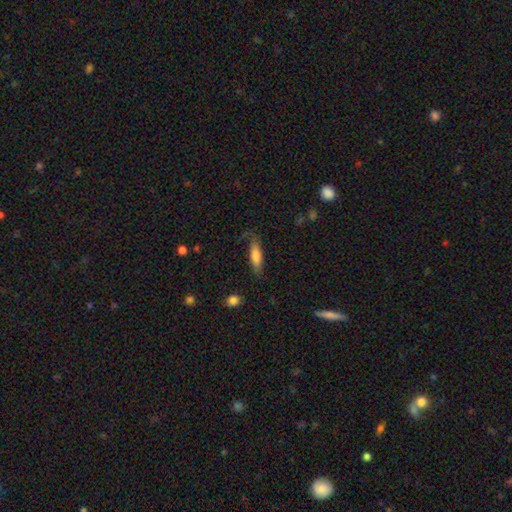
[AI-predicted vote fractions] smooth-or-featured: smooth: 75% | featured or disk: 19% | star or artifact: 6%
  how-rounded: cigar-shaped: 51% | in between: 47% | round: 2%
  merging: none: 69% | minor disturbance: 22% | major disturbance: 7% | merger: 2%